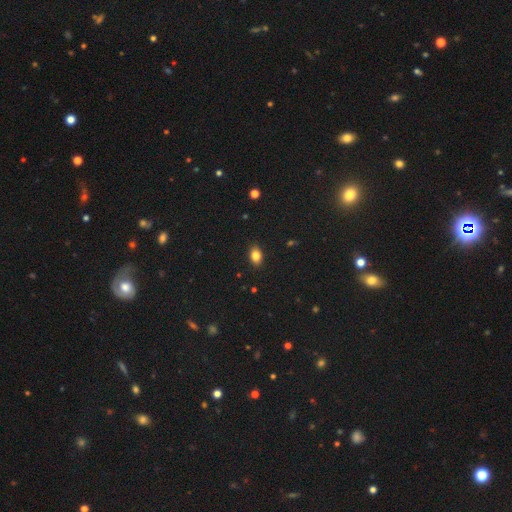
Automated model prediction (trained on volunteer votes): A smooth galaxy with no disk features (83%) that is in between round and cigar-shaped (80%). Merging: none (88%).